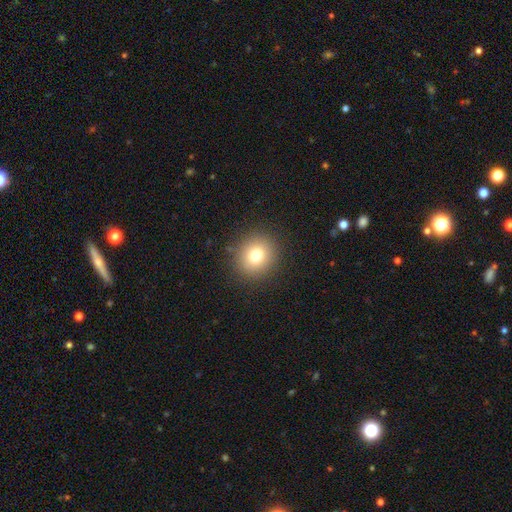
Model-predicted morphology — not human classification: A smooth galaxy with no disk features (77%) that is round (84%).

Vote fractions:
- Smooth or featured? smooth: 77% / star or artifact: 12% / featured or disk: 11%
- How rounded? round: 84% / in between: 15% / cigar-shaped: 1%
- Merging? none: 88% / minor disturbance: 8% / major disturbance: 3% / merger: 1%